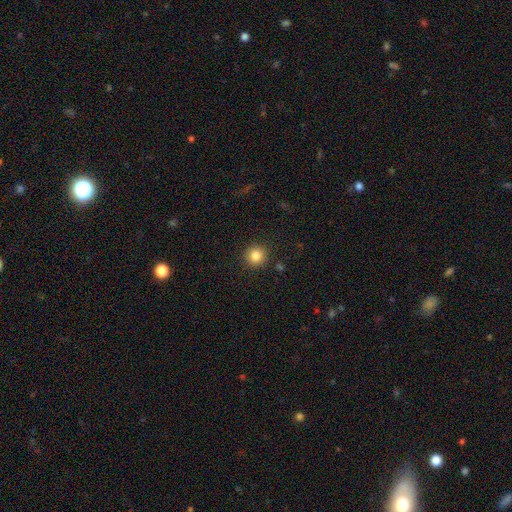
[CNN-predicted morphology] This appears to be a smooth galaxy with no disk features (84%) that is round (93%). Merging: none (90%).